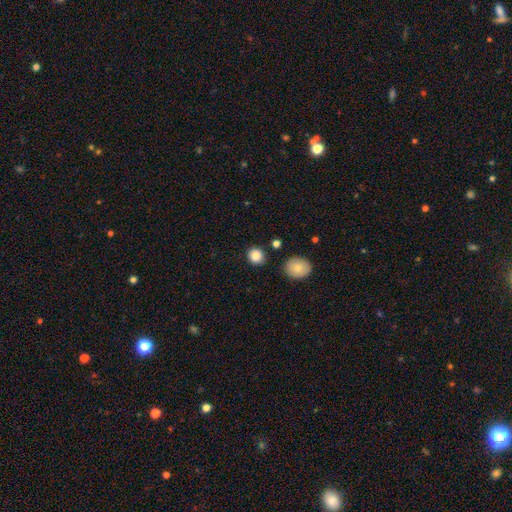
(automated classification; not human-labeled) The model was most divided on "how rounded": round: 84%, in between: 15%, cigar-shaped: 1%. More confident: smooth or featured — smooth (86%); merging — none (85%).